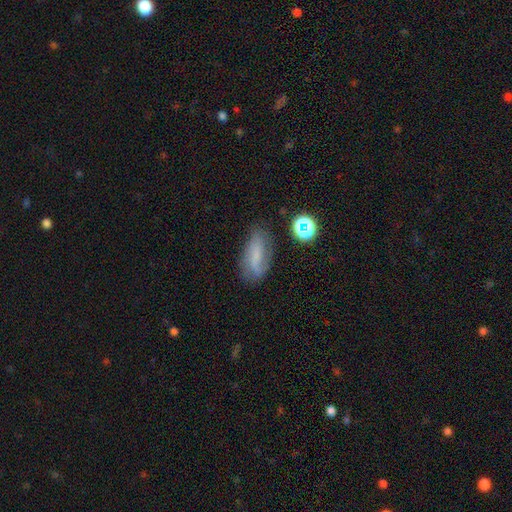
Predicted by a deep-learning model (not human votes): This appears to be a smooth galaxy with no disk features (50%). Merging: none (63%).